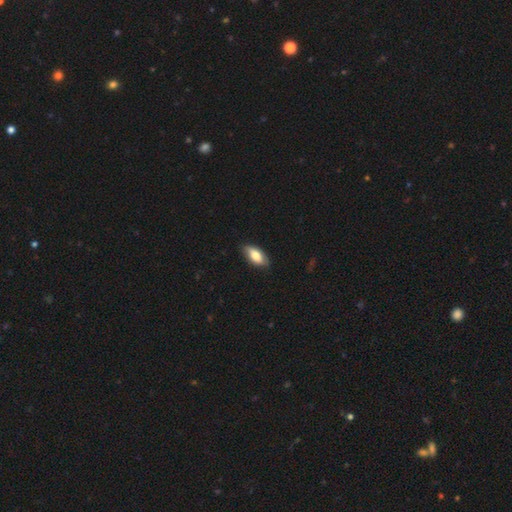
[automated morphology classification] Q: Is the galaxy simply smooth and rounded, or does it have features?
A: smooth — 76%.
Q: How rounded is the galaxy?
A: in between — 88%.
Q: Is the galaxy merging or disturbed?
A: none — 83%.